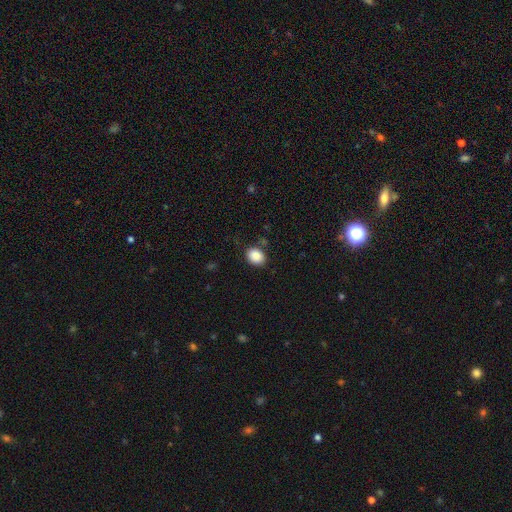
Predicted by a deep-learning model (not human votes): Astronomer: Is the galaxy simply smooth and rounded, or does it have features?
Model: smooth — 87%.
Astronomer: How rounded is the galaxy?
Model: in between — 56% (runner-up: round, 43%).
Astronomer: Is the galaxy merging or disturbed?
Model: none — 82%.